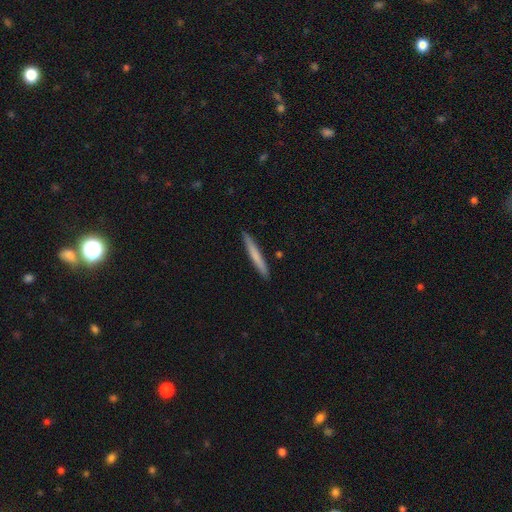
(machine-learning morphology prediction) This is likely a smooth galaxy (70%). How rounded: clearly cigar-shaped (96%). Merging: clearly none (91%).